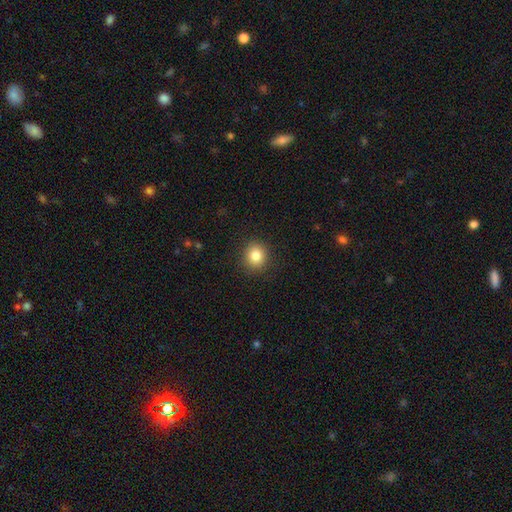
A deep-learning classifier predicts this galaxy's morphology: Smooth or featured: smooth — 84% (star or artifact — 10%)
How rounded: round — 83% (in between — 16%)
Merging: none — 90% (minor disturbance — 7%)